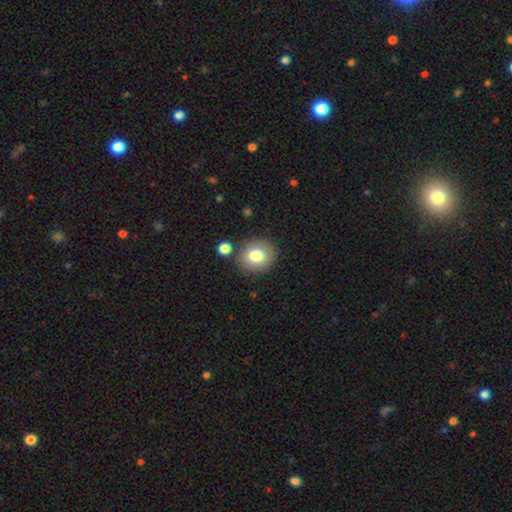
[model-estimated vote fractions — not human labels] The model was most divided on "how rounded": round: 79%, in between: 20%, cigar-shaped: 1%. More confident: merging — none (83%); smooth or featured — smooth (78%).